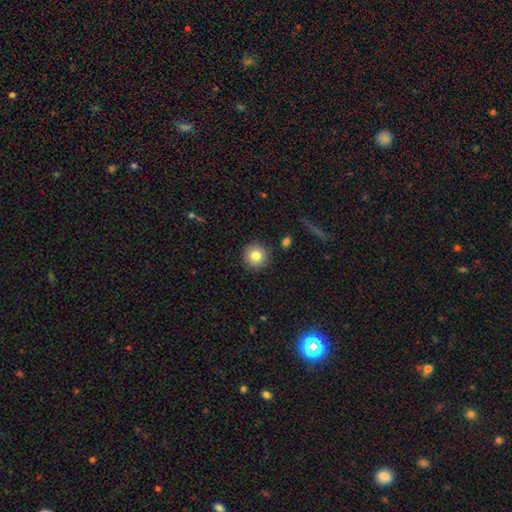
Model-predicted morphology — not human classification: smooth 82%, star or artifact 10%, featured or disk 9%. Down the decision tree: how rounded — round (95%); merging — none (90%).